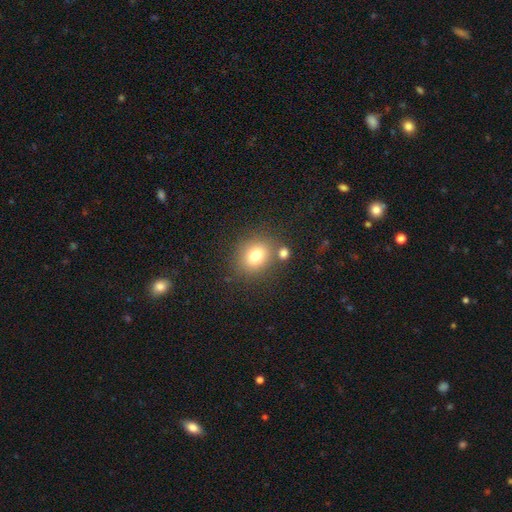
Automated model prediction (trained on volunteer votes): Smooth or featured: smooth — 77% (star or artifact — 13%)
How rounded: round — 68% (in between — 31%)
Merging: none — 73% (merger — 12%)